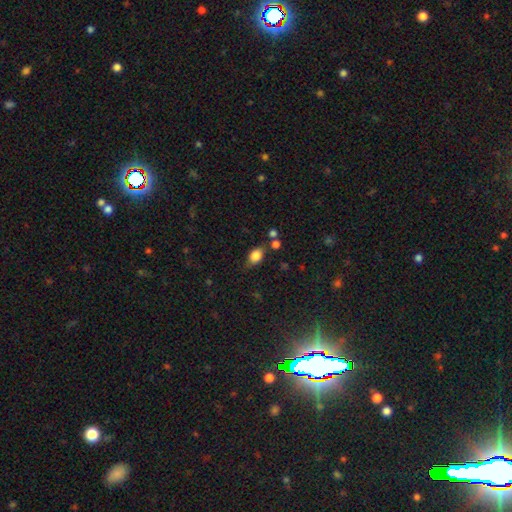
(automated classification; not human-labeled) smooth-or-featured: smooth: 83% | star or artifact: 10% | featured or disk: 7%
  how-rounded: in between: 75% | round: 22% | cigar-shaped: 2%
  merging: none: 69% | minor disturbance: 19% | merger: 7% | major disturbance: 5%